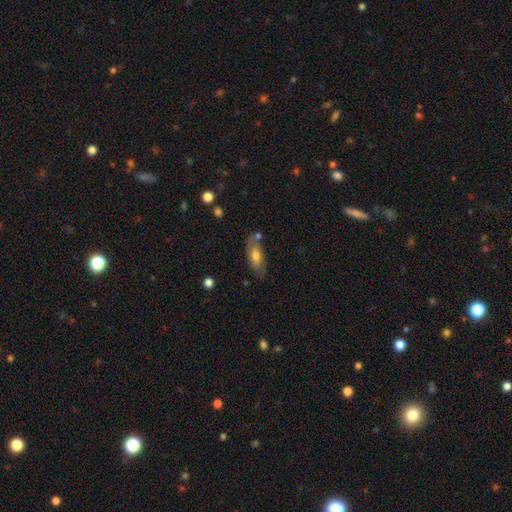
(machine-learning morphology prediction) smooth-or-featured: smooth: 60% | featured or disk: 33% | star or artifact: 7%
  how-rounded: in between: 76% | cigar-shaped: 20% | round: 3%
  merging: none: 70% | minor disturbance: 18% | merger: 7% | major disturbance: 5%